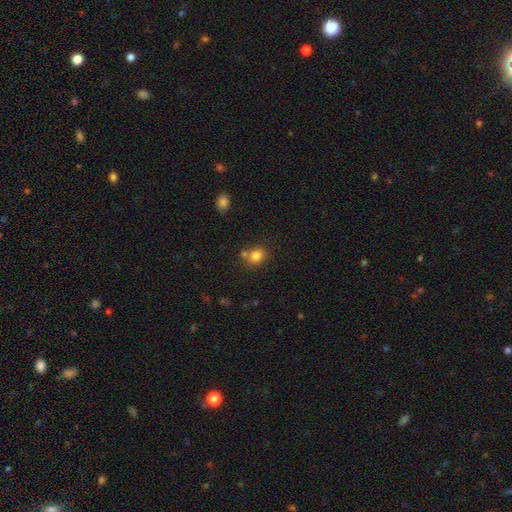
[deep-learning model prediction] Q: Smooth or featured?
A: smooth (83%); runner-up: star or artifact (11%)
Q: How rounded?
A: round (61%); runner-up: in between (39%)
Q: Merging?
A: none (65%); runner-up: merger (18%)